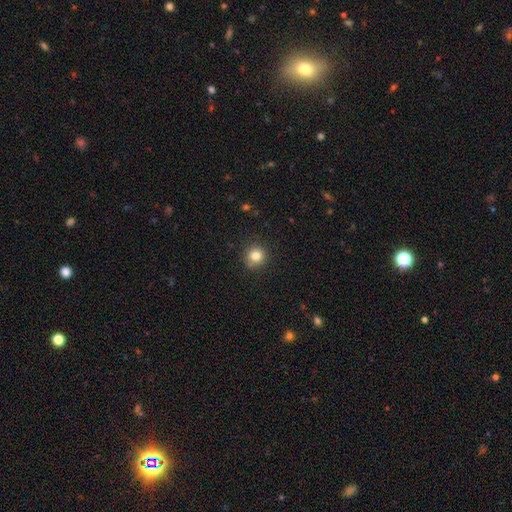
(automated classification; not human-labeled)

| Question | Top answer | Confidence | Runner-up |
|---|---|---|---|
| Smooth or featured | smooth | 82% | star or artifact (12%) |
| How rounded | round | 93% | in between (7%) |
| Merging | none | 87% | minor disturbance (9%) |